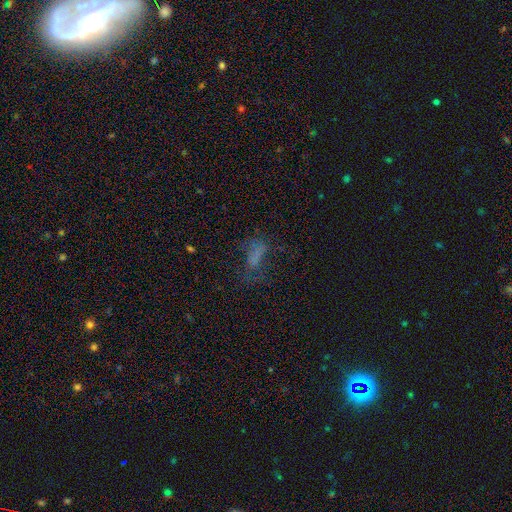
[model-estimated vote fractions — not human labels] Smooth or featured? Predicted: smooth (p=0.49). Merging? Predicted: none (p=0.41).